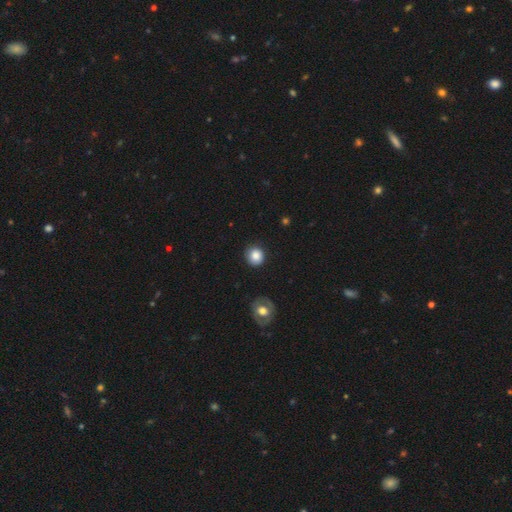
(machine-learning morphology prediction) This appears to be a smooth galaxy with no disk features (85%) that is round (90%). Merging: none (88%).